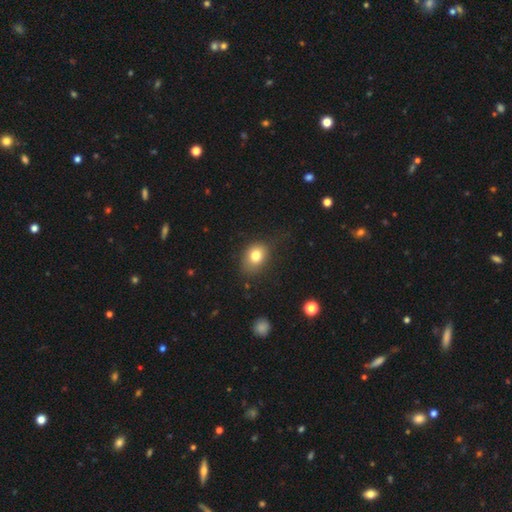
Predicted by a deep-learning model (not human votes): This is likely a smooth galaxy (79%). How rounded: possibly in between (60%). Merging: likely none (67%).